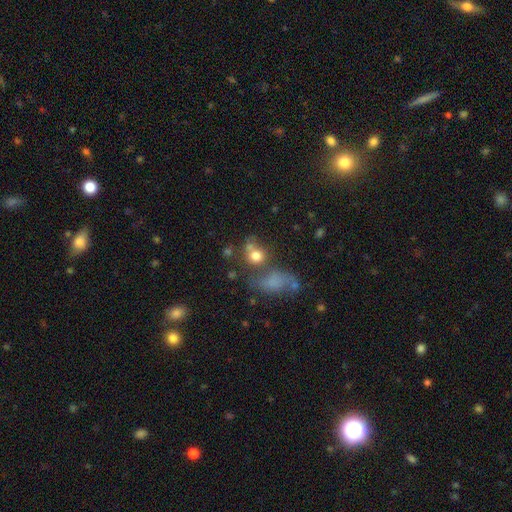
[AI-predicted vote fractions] smooth_or_featured: smooth (p=0.72) [alt: featured or disk p=0.14]
how_rounded: round (p=0.67) [alt: in between p=0.31]
merging: none (p=0.45) [alt: merger p=0.29]